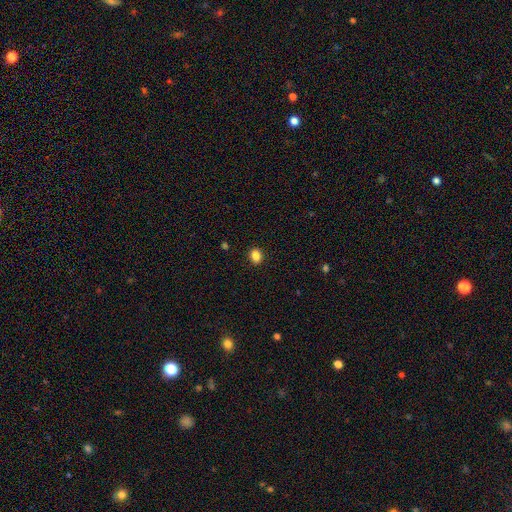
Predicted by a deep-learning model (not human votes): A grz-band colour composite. It shows a smooth galaxy with no disk features (86%) that is round (55%). Merging: none (91%).